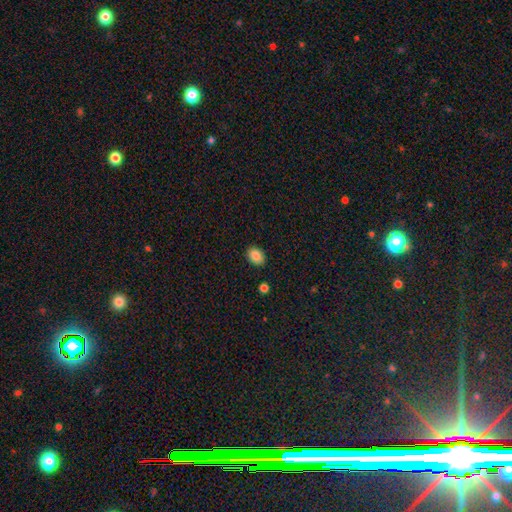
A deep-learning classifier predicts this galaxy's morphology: Smooth or featured: smooth — 87% (star or artifact — 8%)
How rounded: in between — 72% (round — 27%)
Merging: none — 88% (minor disturbance — 9%)